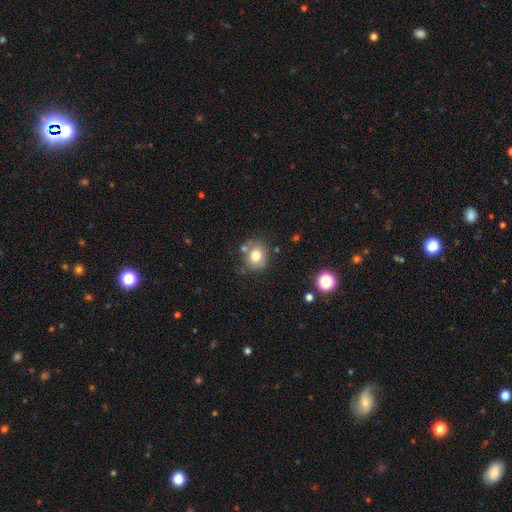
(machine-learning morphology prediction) A smooth galaxy with no disk features (77%) that is round (78%). Merging: none (71%).